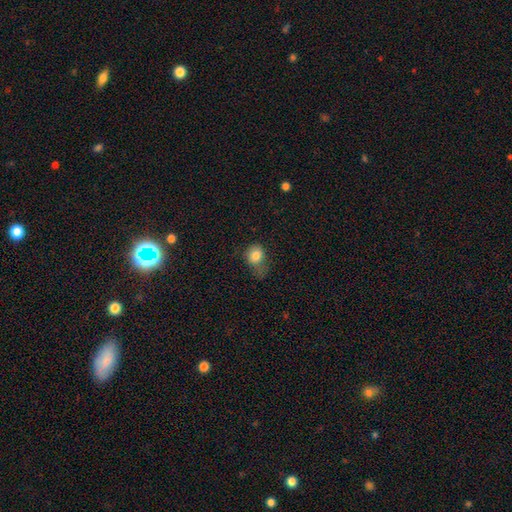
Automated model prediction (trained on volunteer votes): A smooth galaxy with no disk features (81%) that is round (61%). Merging: none (38%).